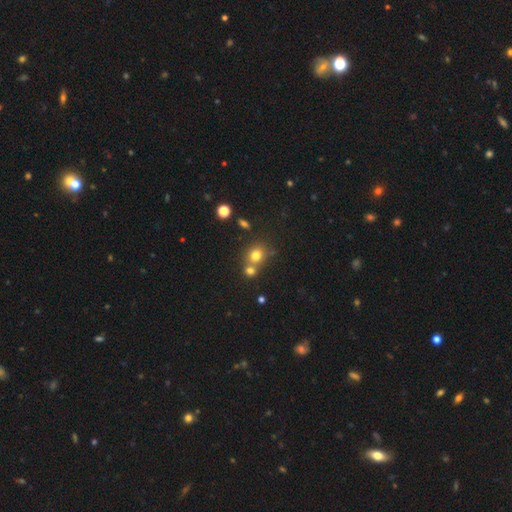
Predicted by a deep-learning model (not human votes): Morphology: type=smooth (76%); roundness=round (76%); merging=none (53%).